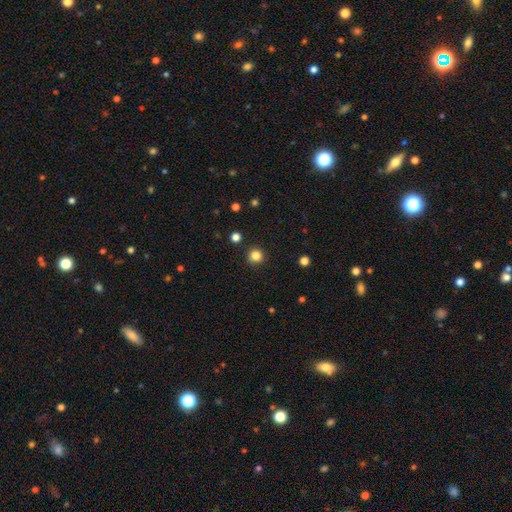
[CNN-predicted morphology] This is clearly a smooth galaxy (83%). How rounded: clearly round (95%). Merging: clearly none (92%).